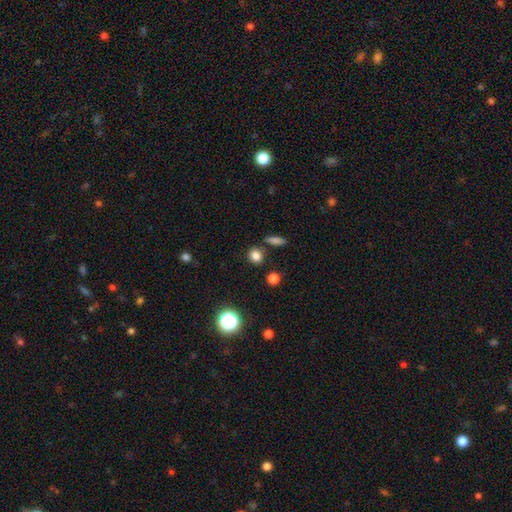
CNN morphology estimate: Smooth or featured: smooth — 82% (star or artifact — 13%)
How rounded: round — 74% (in between — 24%)
Merging: none — 80% (minor disturbance — 10%)